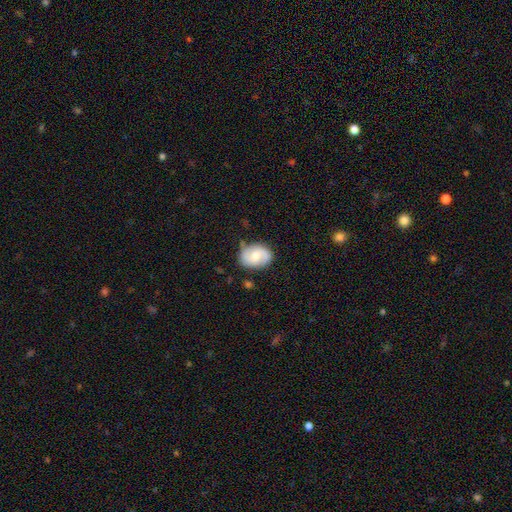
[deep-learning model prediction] Smooth or featured?
  - featured or disk: 56% *
  - smooth: 37%
  - star or artifact: 7%
Edge-on disk?
  - no: 97% *
  - yes: 3%
Bar?
  - no: 55% *
  - weak: 39%
  - strong: 6%
Spiral arms?
  - yes: 89% *
  - no: 11%
Bulge size?
  - moderate: 54% *
  - small: 34%
  - large: 6%
  - none: 5%
  - dominant: 1%
Merging?
  - none: 73% *
  - minor disturbance: 20%
  - major disturbance: 5%
  - merger: 3%